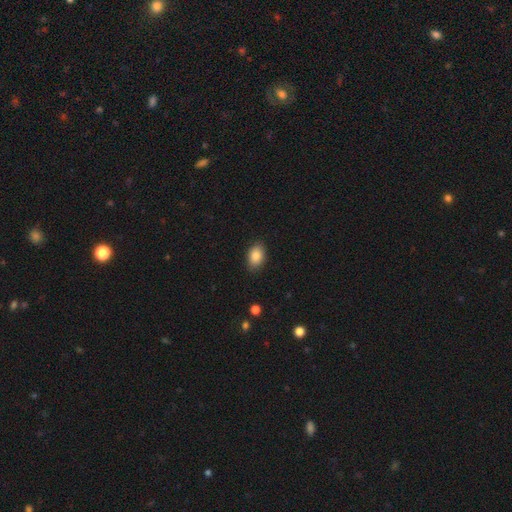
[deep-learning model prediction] A smooth galaxy with no disk features (87%) that is in between round and cigar-shaped (87%).

Vote fractions:
- Smooth or featured? smooth: 87% / star or artifact: 8% / featured or disk: 6%
- How rounded? in between: 87% / round: 12% / cigar-shaped: 1%
- Merging? none: 86% / minor disturbance: 10% / major disturbance: 2% / merger: 1%